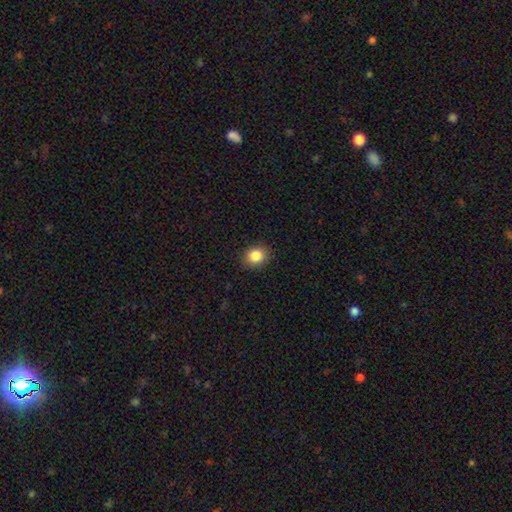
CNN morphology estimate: Overall: smooth (86%). How rounded: round (68%; in between 31%). Merging: none (89%).